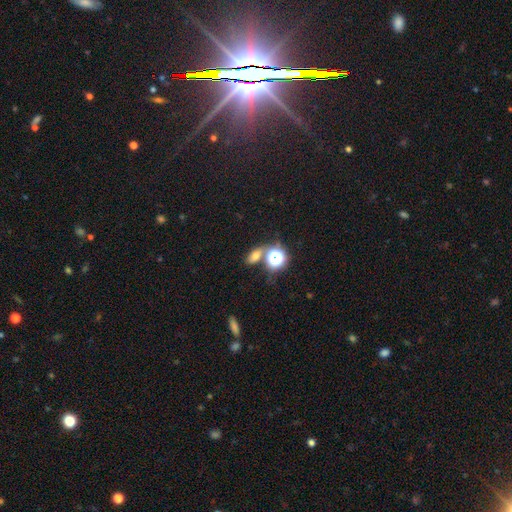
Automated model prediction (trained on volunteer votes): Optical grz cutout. It shows a smooth galaxy with no disk features (61%) that is in between round and cigar-shaped (74%). Merging: none (65%).